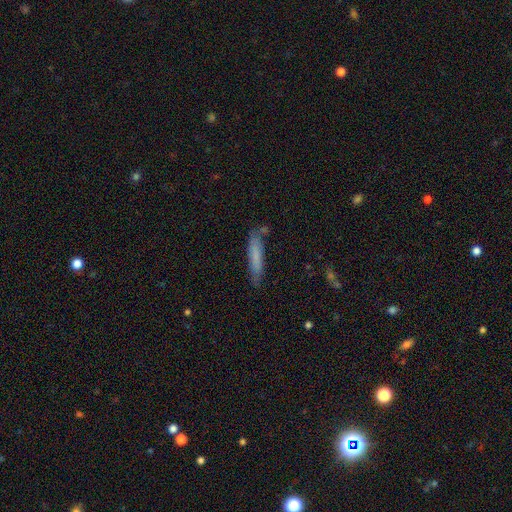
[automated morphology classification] Smooth or featured: smooth — 70% (featured or disk — 23%)
How rounded: cigar-shaped — 88% (in between — 10%)
Merging: none — 71% (minor disturbance — 20%)